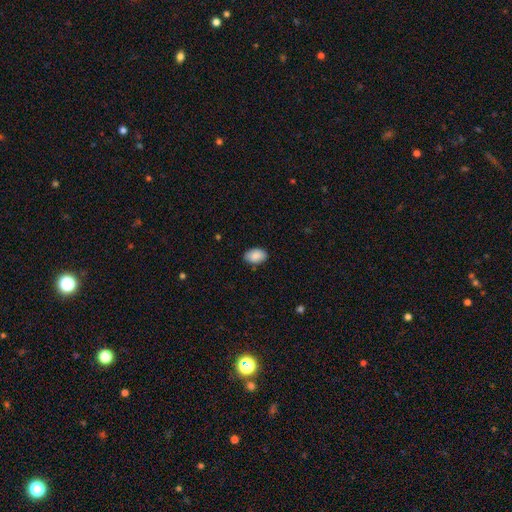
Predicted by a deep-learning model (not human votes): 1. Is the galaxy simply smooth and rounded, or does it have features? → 89% smooth, 7% star or artifact, 4% featured or disk.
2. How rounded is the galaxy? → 90% in between, 9% round, 1% cigar-shaped.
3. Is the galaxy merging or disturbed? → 86% none, 11% minor disturbance, 2% major disturbance, 1% merger.